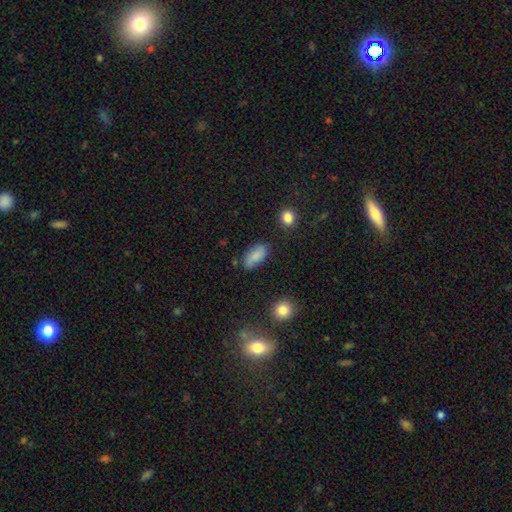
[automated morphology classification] smooth-or-featured: smooth: 81% | featured or disk: 10% | star or artifact: 8%
  how-rounded: in between: 90% | cigar-shaped: 7% | round: 4%
  merging: none: 76% | minor disturbance: 17% | major disturbance: 4% | merger: 3%